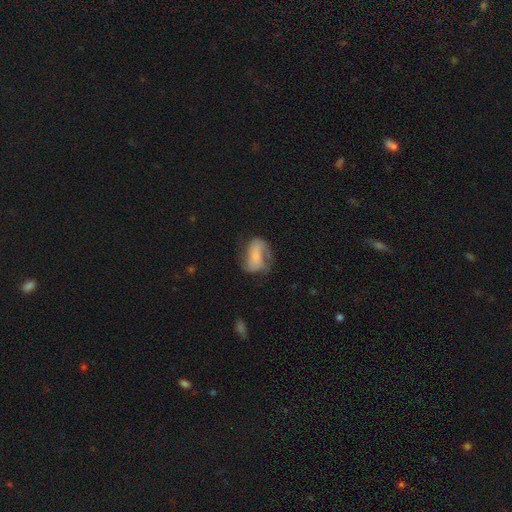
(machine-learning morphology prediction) type=featured or disk (50%); merging=none (42%).